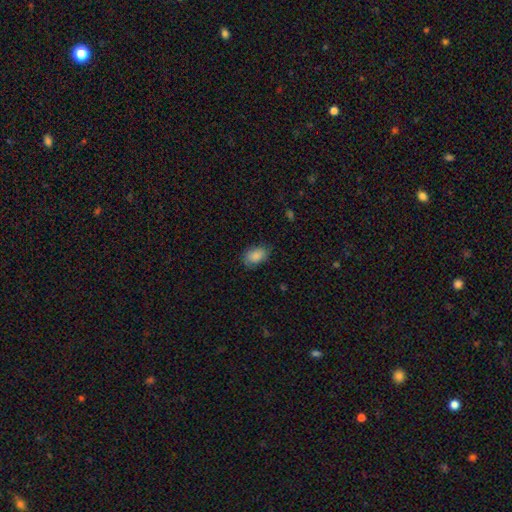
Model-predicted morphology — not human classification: This is clearly a smooth galaxy (87%). How rounded: clearly in between (88%). Merging: likely none (77%).